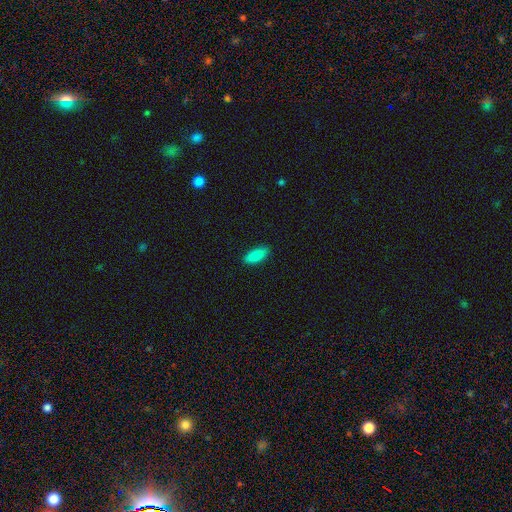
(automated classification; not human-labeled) smooth_or_featured: smooth (p=0.87) [alt: star or artifact p=0.07]
how_rounded: in between (p=0.78) [alt: cigar-shaped p=0.20]
merging: none (p=0.88) [alt: minor disturbance p=0.09]